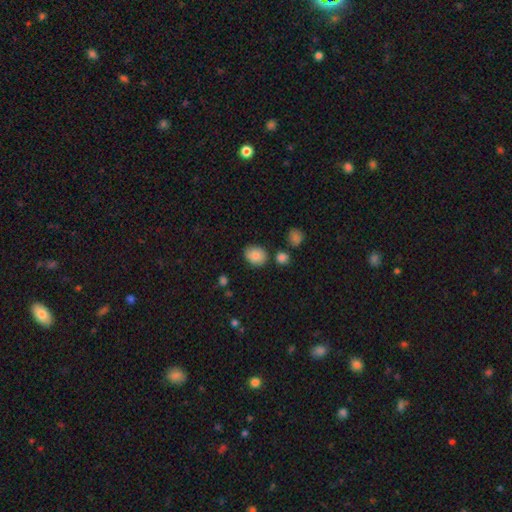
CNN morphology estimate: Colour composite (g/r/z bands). It shows a smooth galaxy with no disk features (85%) that is in between round and cigar-shaped (50%). Merging: none (79%).